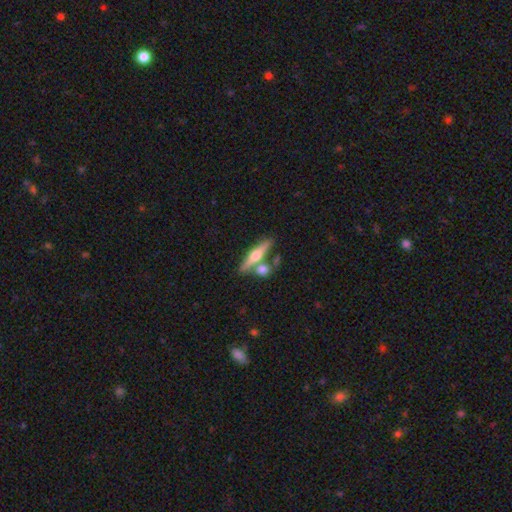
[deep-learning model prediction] Smooth or featured: featured or disk — 59% (smooth — 35%)
Edge-on disk: yes — 94% (no — 6%)
Edge-on bulge: rounded — 93% (boxy — 4%)
Merging: none — 65% (merger — 23%)